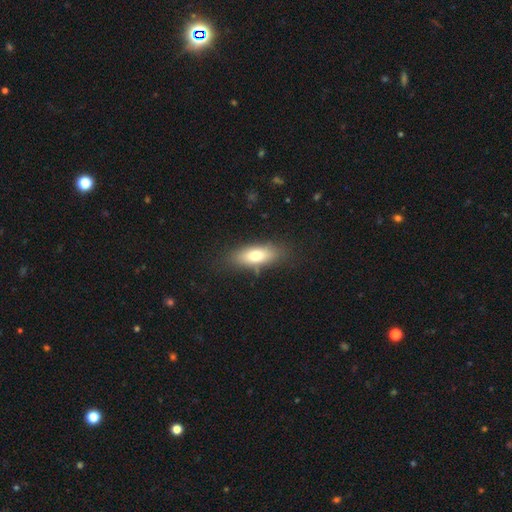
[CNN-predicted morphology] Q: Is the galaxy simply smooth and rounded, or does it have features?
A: smooth — 72%.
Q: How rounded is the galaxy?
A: in between — 74%.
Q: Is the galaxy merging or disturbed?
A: none — 80%.